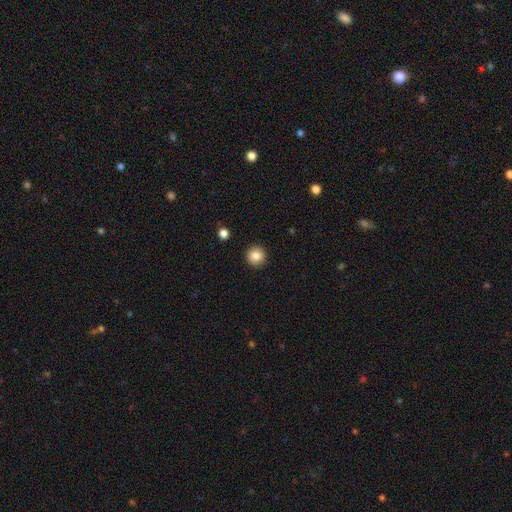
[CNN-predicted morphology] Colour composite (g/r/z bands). It shows a smooth galaxy with no disk features (85%) that is round (95%). Merging: none (93%).